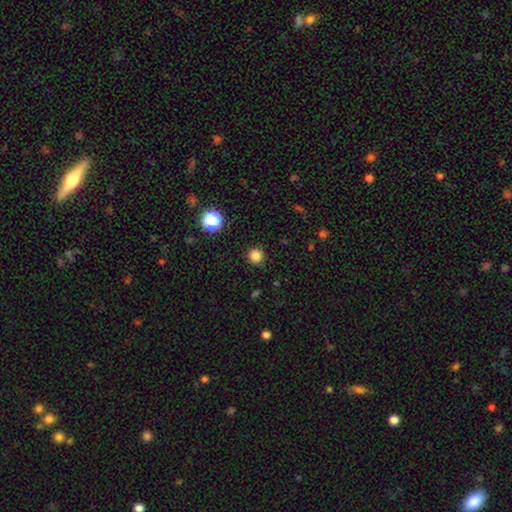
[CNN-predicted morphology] A smooth galaxy with no disk features (82%) that is round (94%).

Vote fractions:
- Smooth or featured? smooth: 82% / star or artifact: 14% / featured or disk: 4%
- How rounded? round: 94% / in between: 5% / cigar-shaped: 1%
- Merging? none: 91% / minor disturbance: 6% / major disturbance: 2% / merger: 1%